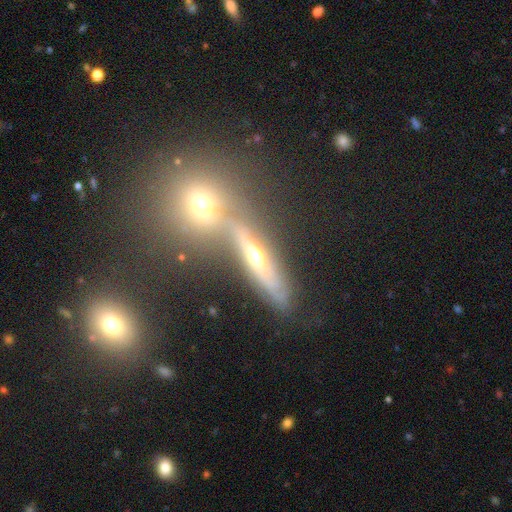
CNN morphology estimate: type=featured or disk (53%); edge-on=yes (68%); merging=none (56%).